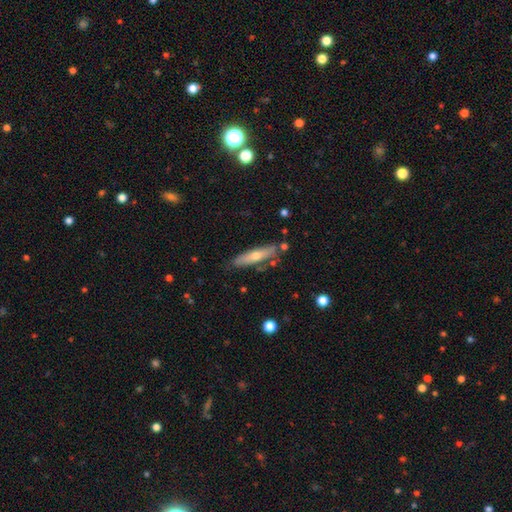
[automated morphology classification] Smooth or featured? Predicted: smooth (p=0.51). How rounded? Predicted: cigar-shaped (p=0.77). Merging? Predicted: none (p=0.77).